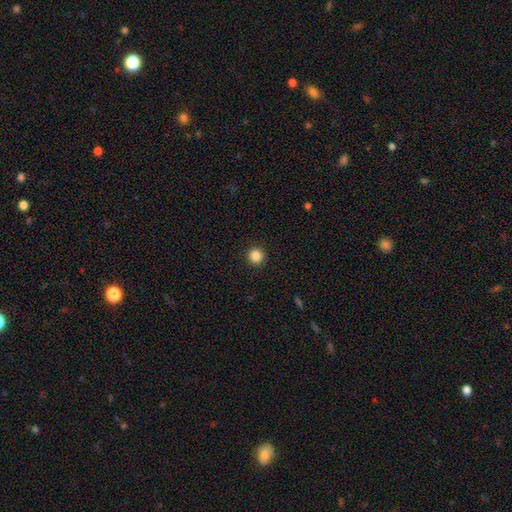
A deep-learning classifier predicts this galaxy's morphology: Overall: smooth (86%). How rounded: round (95%). Merging: none (93%).